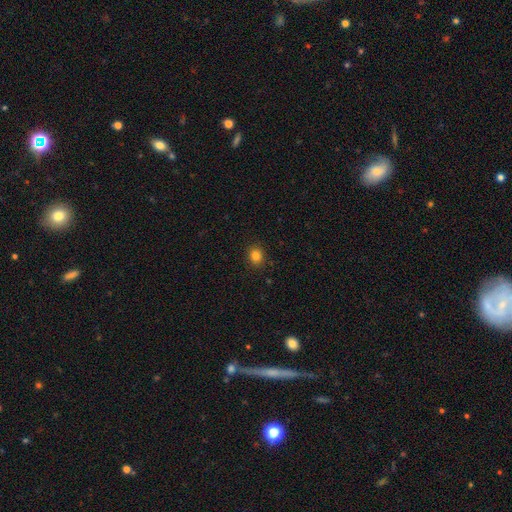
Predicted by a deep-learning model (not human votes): Q: Smooth or featured?
A: smooth (83%); runner-up: star or artifact (13%)
Q: How rounded?
A: round (72%); runner-up: in between (27%)
Q: Merging?
A: none (90%); runner-up: minor disturbance (7%)